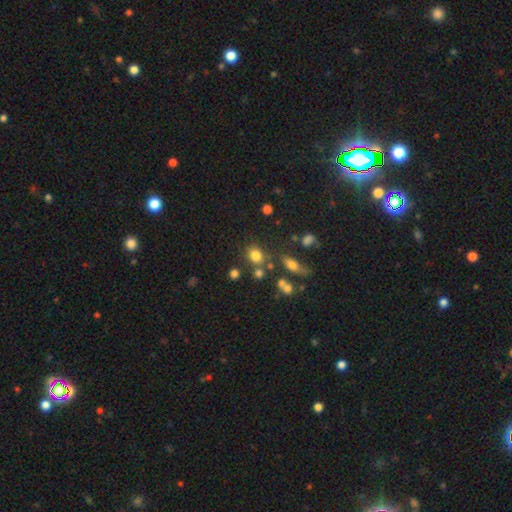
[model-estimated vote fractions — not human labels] smooth-or-featured: smooth: 77% | star or artifact: 13% | featured or disk: 9%
  how-rounded: round: 59% | in between: 39% | cigar-shaped: 2%
  merging: none: 67% | merger: 15% | minor disturbance: 13% | major disturbance: 6%